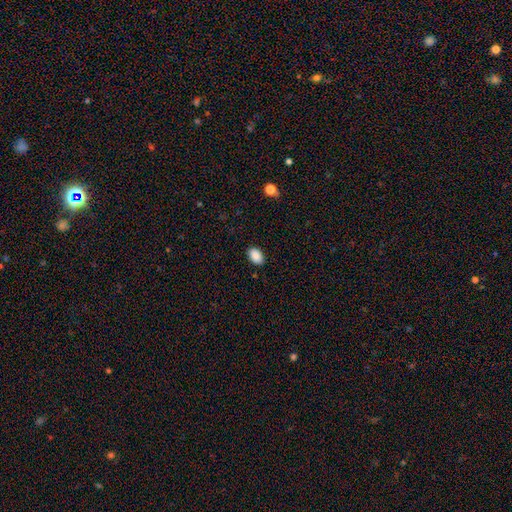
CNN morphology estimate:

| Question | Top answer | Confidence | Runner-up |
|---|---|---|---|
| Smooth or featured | smooth | 89% | star or artifact (8%) |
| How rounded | in between | 88% | round (11%) |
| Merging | none | 88% | minor disturbance (9%) |